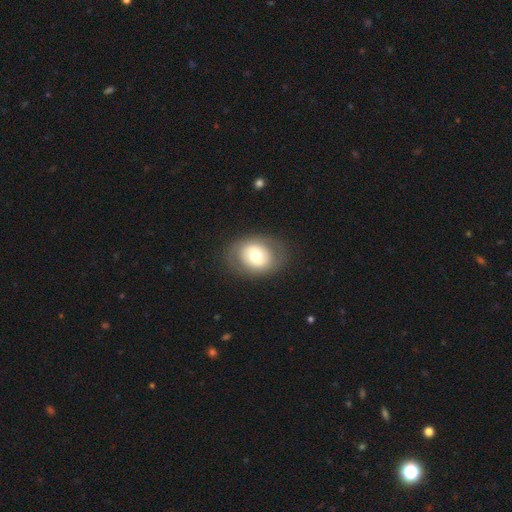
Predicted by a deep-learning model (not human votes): Morphology: type=smooth (59%); roundness=round (51%); merging=none (82%).